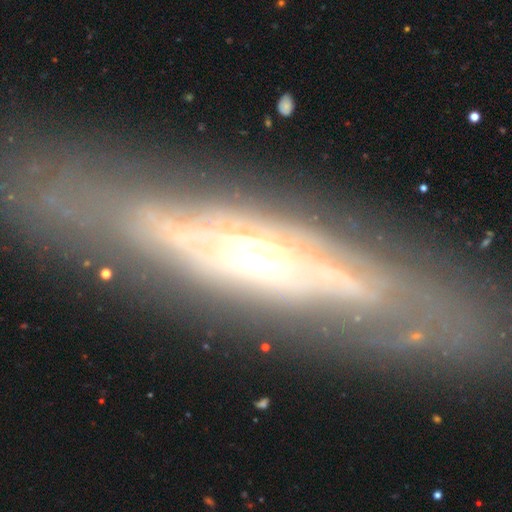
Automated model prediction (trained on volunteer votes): A featured or disk galaxy (75%) viewed edge-on (54%). Merging: none (81%).